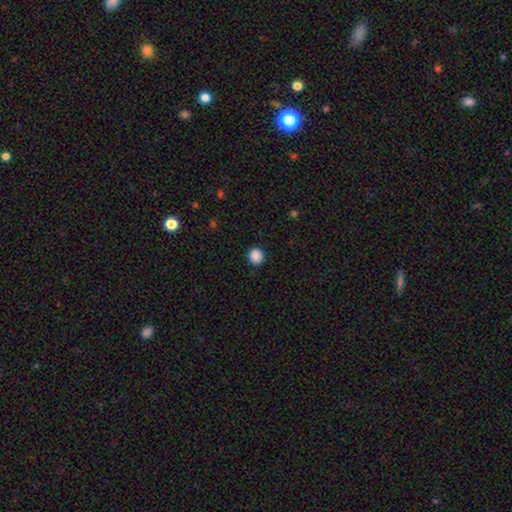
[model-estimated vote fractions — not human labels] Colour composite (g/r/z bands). It shows a smooth galaxy with no disk features (88%) that is round (83%). Merging: none (90%).